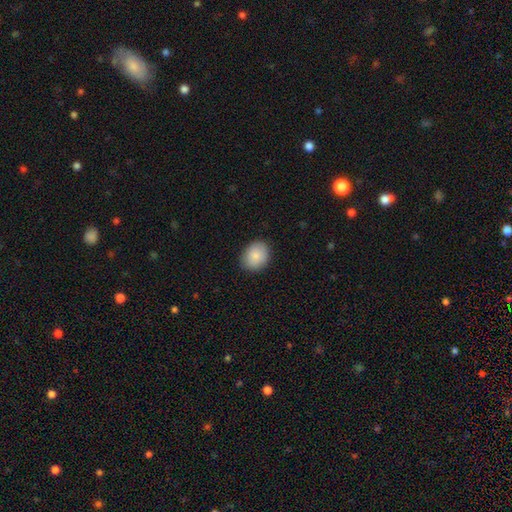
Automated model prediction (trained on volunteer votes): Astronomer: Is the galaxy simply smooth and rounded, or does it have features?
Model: smooth — 87%.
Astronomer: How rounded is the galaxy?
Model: in between — 52% (runner-up: round, 48%).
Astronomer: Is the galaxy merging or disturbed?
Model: none — 86%.